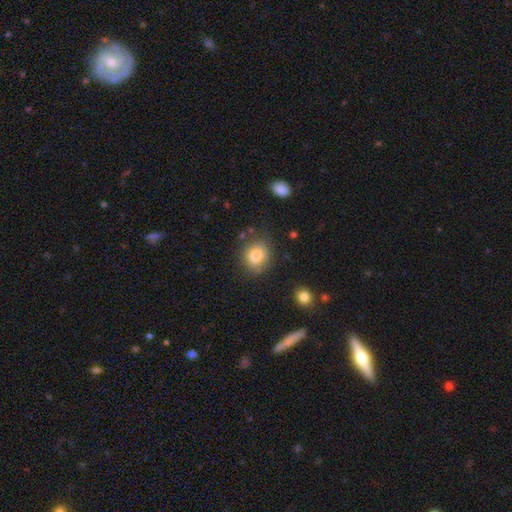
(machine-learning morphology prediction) smooth-or-featured: smooth: 82% | star or artifact: 10% | featured or disk: 8%
  how-rounded: round: 68% | in between: 31% | cigar-shaped: 1%
  merging: none: 77% | minor disturbance: 15% | major disturbance: 4% | merger: 4%